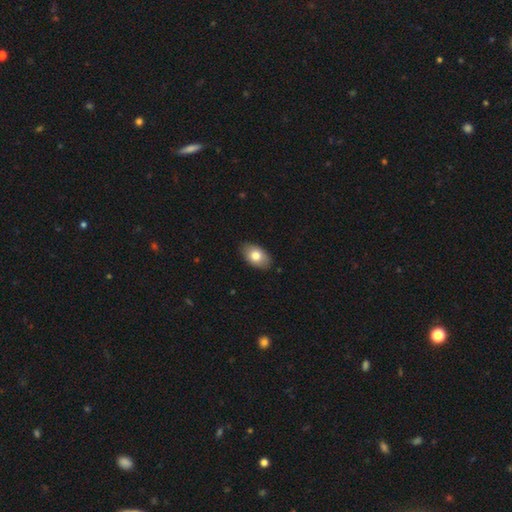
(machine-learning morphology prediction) smooth 78%, featured or disk 15%, star or artifact 7%. Down the decision tree: how rounded — in between (91%); merging — none (86%).